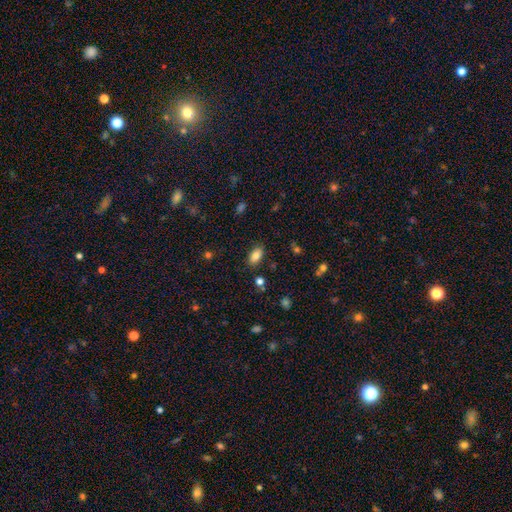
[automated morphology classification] The model was most divided on "merging": none: 84%, minor disturbance: 11%, major disturbance: 3%, merger: 2%. More confident: how rounded — in between (91%); smooth or featured — smooth (83%).